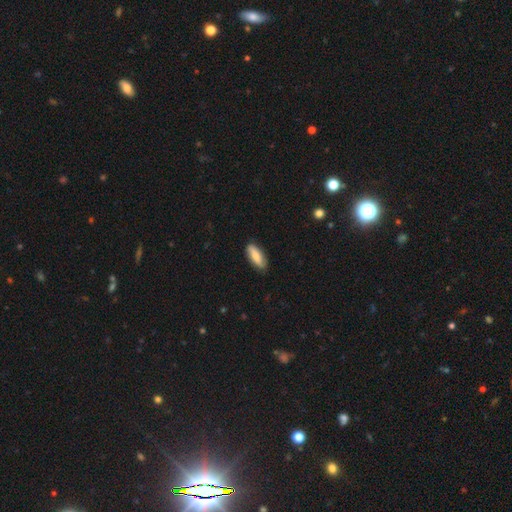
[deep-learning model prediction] Smooth or featured? smooth (76%)
How rounded? in between (69%)
Merging? none (84%)